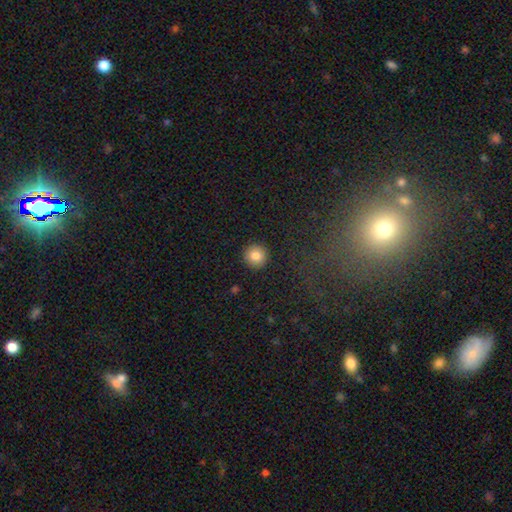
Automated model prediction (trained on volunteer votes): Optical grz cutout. It shows a smooth galaxy with no disk features (83%) that is round (94%). Merging: none (92%).